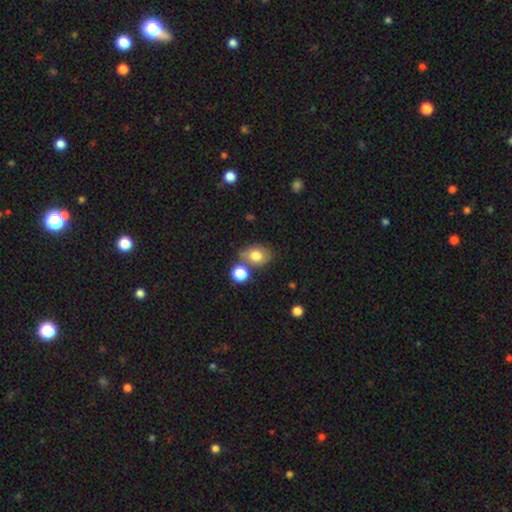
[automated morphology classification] smooth-or-featured: smooth: 78% | featured or disk: 12% | star or artifact: 11%
  how-rounded: round: 51% | in between: 48% | cigar-shaped: 1%
  merging: none: 58% | merger: 21% | minor disturbance: 16% | major disturbance: 5%